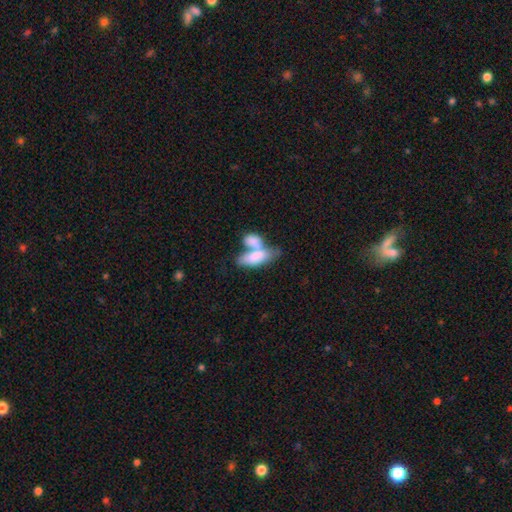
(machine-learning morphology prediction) Smooth or featured: smooth — 74% (featured or disk — 19%)
How rounded: in between — 82% (cigar-shaped — 14%)
Merging: merger — 69% (none — 17%)